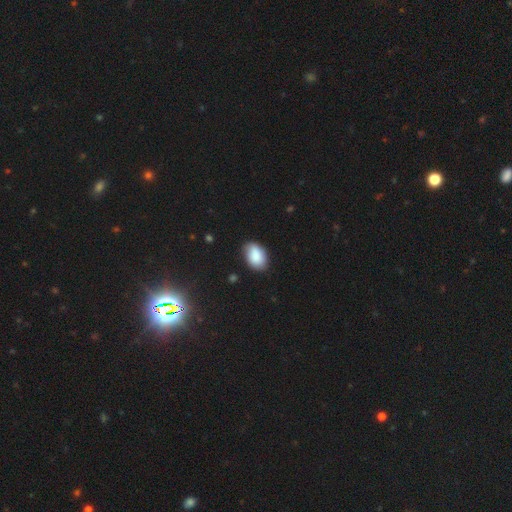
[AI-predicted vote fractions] Overall: smooth (87%). How rounded: in between (89%). Merging: none (78%).